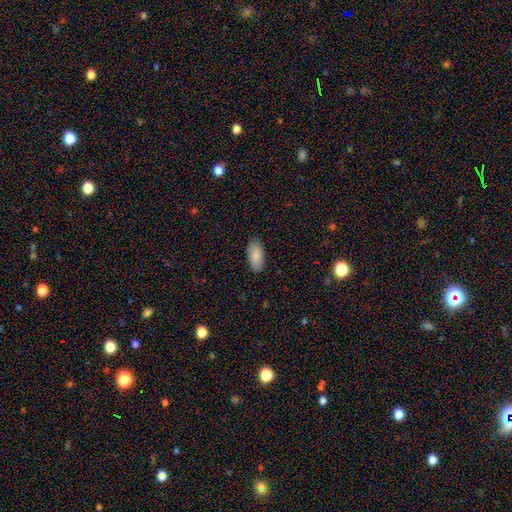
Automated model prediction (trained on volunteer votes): This appears to be a smooth galaxy with no disk features (87%) that is in between round and cigar-shaped (94%). Merging: none (87%).